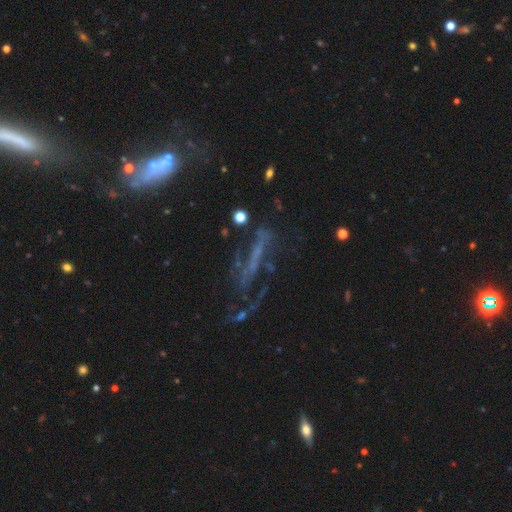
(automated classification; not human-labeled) This appears to be a featured or disk galaxy (59%). Merging: none (41%).